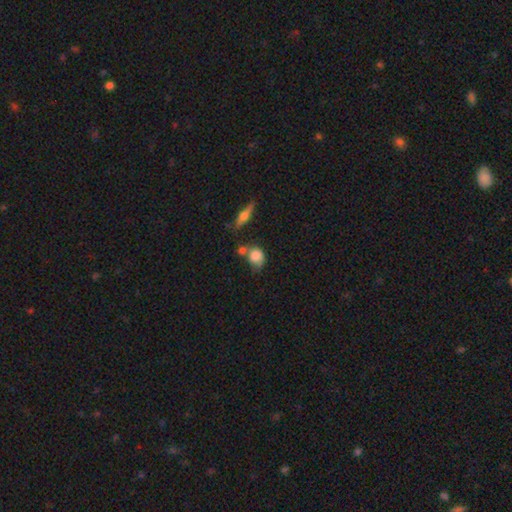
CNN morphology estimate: Q: Smooth or featured?
A: smooth (76%); runner-up: featured or disk (16%)
Q: How rounded?
A: round (62%); runner-up: in between (35%)
Q: Merging?
A: none (37%); runner-up: minor disturbance (26%)